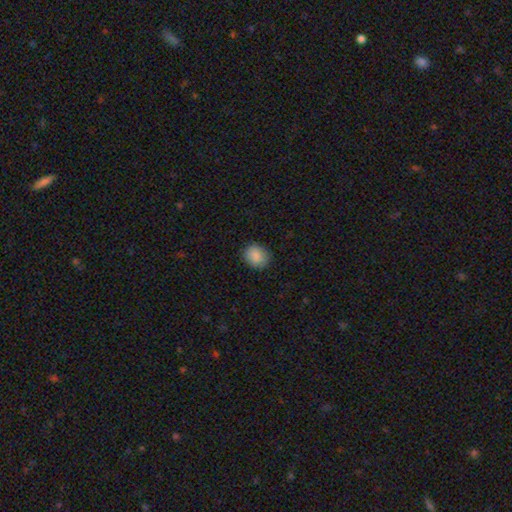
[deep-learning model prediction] A smooth galaxy with no disk features (88%) that is round (69%).

Vote fractions:
- Smooth or featured? smooth: 88% / star or artifact: 8% / featured or disk: 5%
- How rounded? round: 69% / in between: 30% / cigar-shaped: 1%
- Merging? none: 84% / minor disturbance: 12% / major disturbance: 3% / merger: 1%